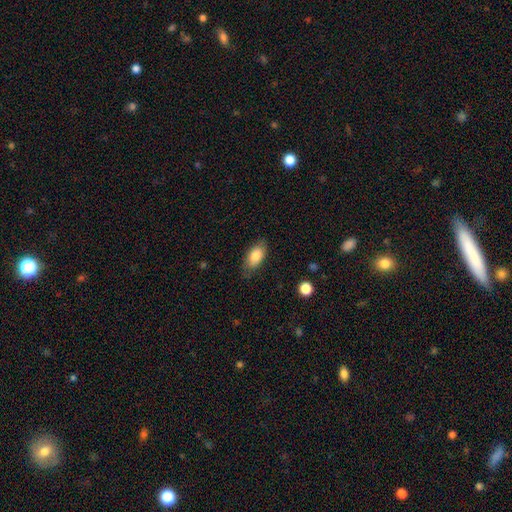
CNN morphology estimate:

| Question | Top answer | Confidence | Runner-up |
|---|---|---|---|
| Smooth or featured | smooth | 82% | featured or disk (11%) |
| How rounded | in between | 90% | cigar-shaped (6%) |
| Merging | none | 78% | minor disturbance (17%) |